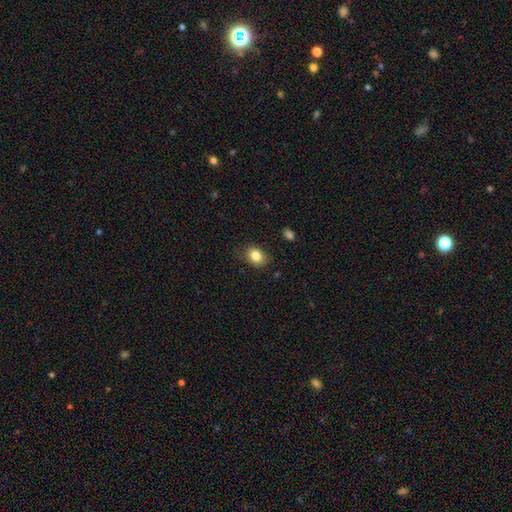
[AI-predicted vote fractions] This appears to be a smooth galaxy with no disk features (84%) that is in between round and cigar-shaped (63%). Merging: none (81%).